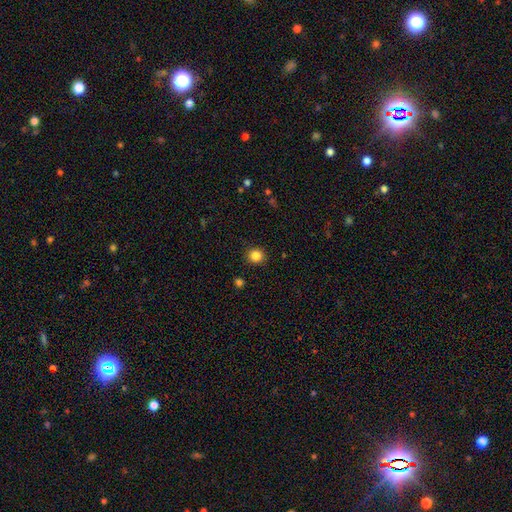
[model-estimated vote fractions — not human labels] This appears to be a smooth galaxy with no disk features (84%) that is round (88%). Merging: none (91%).